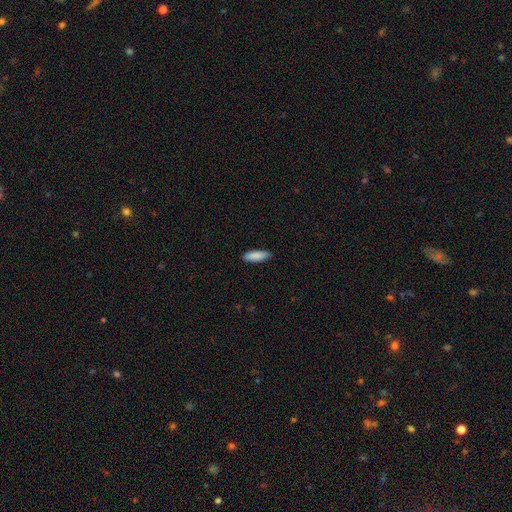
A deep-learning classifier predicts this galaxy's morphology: Smooth or featured?
  - smooth: 89% *
  - star or artifact: 6%
  - featured or disk: 5%
How rounded?
  - in between: 58% *
  - cigar-shaped: 41%
  - round: 2%
Merging?
  - none: 84% *
  - minor disturbance: 13%
  - major disturbance: 2%
  - merger: 1%